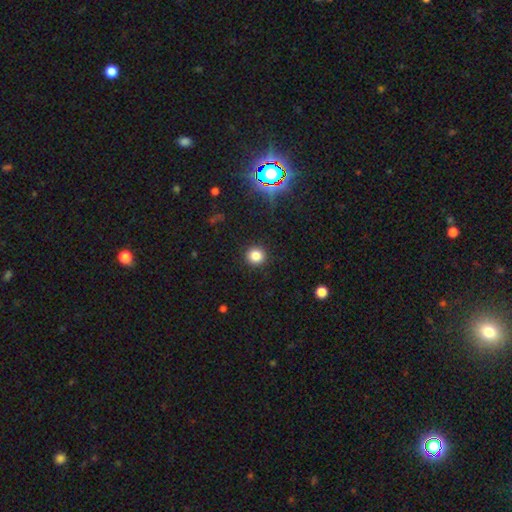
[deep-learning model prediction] smooth-or-featured: smooth: 82% | star or artifact: 13% | featured or disk: 4%
  how-rounded: round: 93% | in between: 6% | cigar-shaped: 1%
  merging: none: 92% | minor disturbance: 5% | major disturbance: 2% | merger: 1%